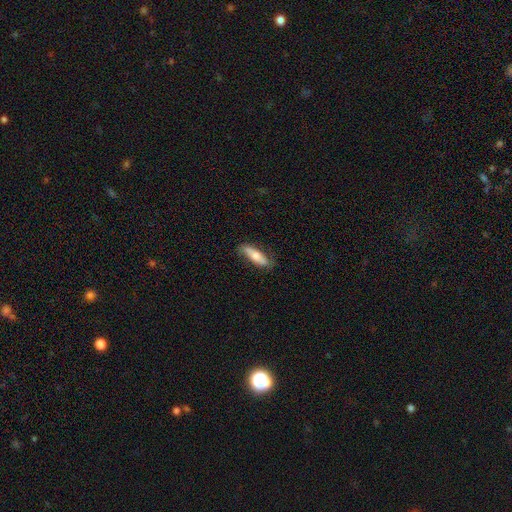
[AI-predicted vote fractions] Smooth or featured? Predicted: smooth (p=0.62). How rounded? Predicted: cigar-shaped (p=0.49, tied with in between). Merging? Predicted: none (p=0.75).